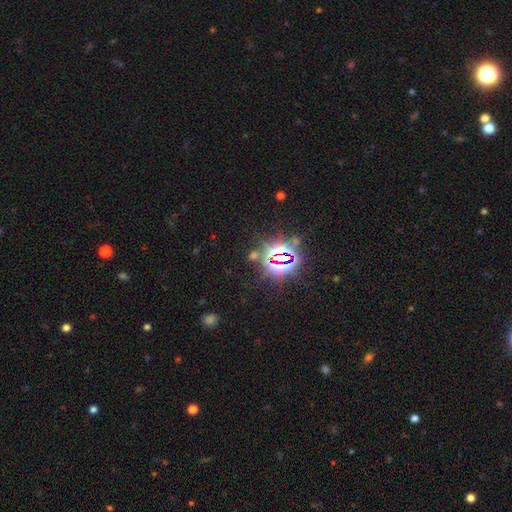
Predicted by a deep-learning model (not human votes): Smooth or featured?
  - star or artifact: 82% *
  - smooth: 11%
  - featured or disk: 8%